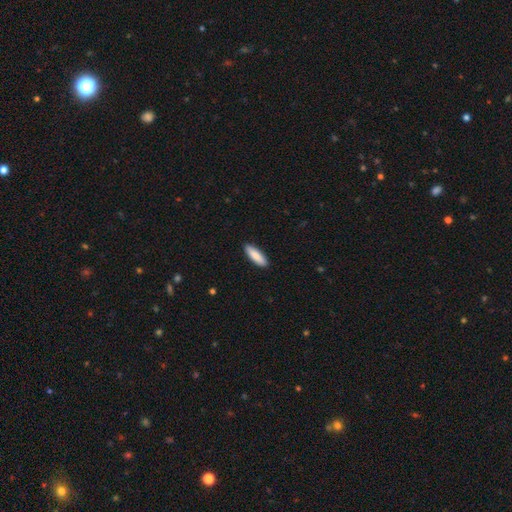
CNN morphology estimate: smooth 87%, featured or disk 8%, star or artifact 5%. Down the decision tree: how rounded — cigar-shaped (54%); merging — none (90%).